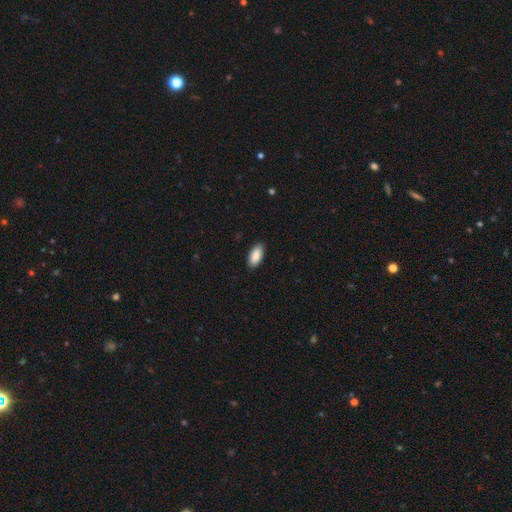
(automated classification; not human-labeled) Smooth or featured?
  - smooth: 90% *
  - star or artifact: 6%
  - featured or disk: 4%
How rounded?
  - in between: 93% *
  - cigar-shaped: 6%
  - round: 2%
Merging?
  - none: 89% *
  - minor disturbance: 8%
  - major disturbance: 2%
  - merger: 1%